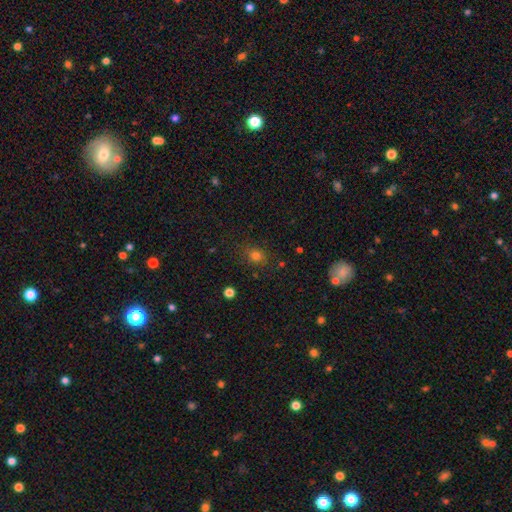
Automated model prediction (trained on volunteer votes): Smooth or featured? smooth (76%)
How rounded? round (61%)
Merging? none (81%)